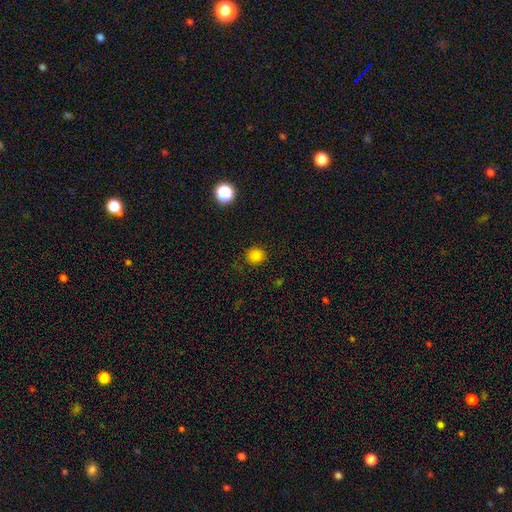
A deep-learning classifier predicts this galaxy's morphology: Smooth or featured? Predicted: smooth (p=0.82). How rounded? Predicted: round (p=0.88). Merging? Predicted: none (p=0.87).